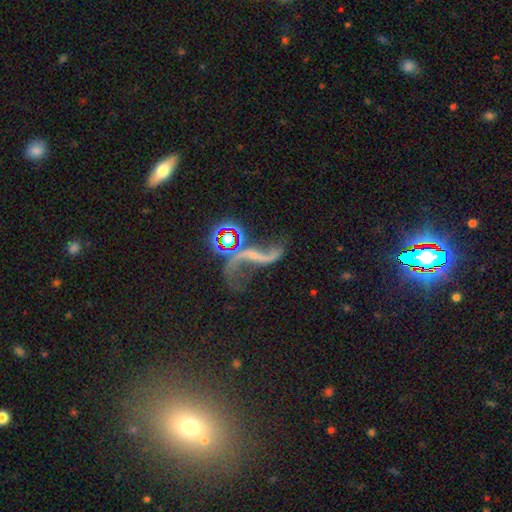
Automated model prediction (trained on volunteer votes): Overall: featured or disk (76%). Edge-on disk: no (93%). Bar: no (41%; strong 30%). Spiral arms: yes (90%). Spiral arm count: 2 (88%). Spiral winding: loose (92%). Bulge size: small (49%; none 35%). Merging: none (44%; major disturbance 27%).